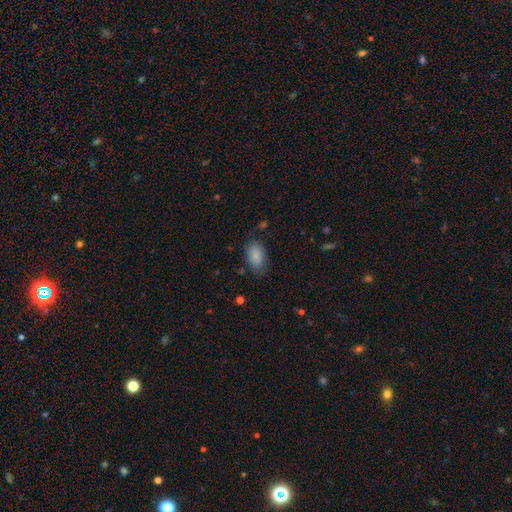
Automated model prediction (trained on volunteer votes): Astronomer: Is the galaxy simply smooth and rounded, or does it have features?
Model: smooth — 86%.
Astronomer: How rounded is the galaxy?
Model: in between — 92%.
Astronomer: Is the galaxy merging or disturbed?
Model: none — 72%.